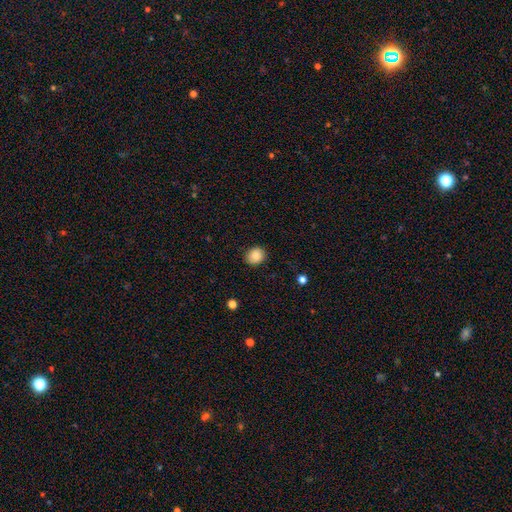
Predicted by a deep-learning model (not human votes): This appears to be a smooth galaxy with no disk features (86%) that is round (68%). Merging: none (83%).